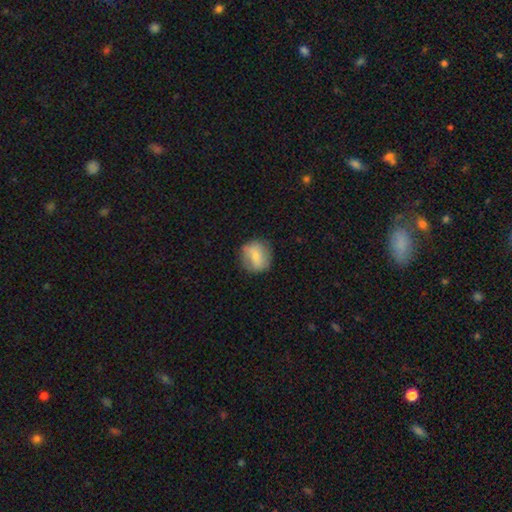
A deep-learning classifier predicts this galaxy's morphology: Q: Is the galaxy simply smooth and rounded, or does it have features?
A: smooth — 68%.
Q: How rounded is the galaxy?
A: round — 83%.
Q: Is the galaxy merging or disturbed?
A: none — 78%.